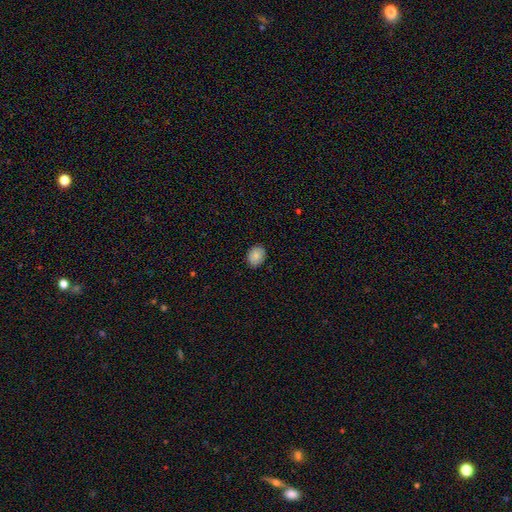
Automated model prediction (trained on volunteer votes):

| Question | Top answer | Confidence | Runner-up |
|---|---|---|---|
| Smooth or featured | smooth | 85% | star or artifact (8%) |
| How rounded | in between | 57% | round (42%) |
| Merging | none | 87% | minor disturbance (10%) |